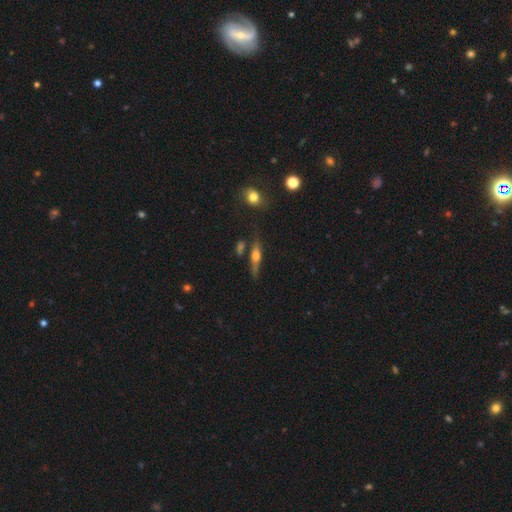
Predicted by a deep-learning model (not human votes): smooth_or_featured: featured or disk (p=0.53) [alt: smooth p=0.38]
disk_edge_on: yes (p=0.91) [alt: no p=0.09]
merging: none (p=0.69) [alt: minor disturbance p=0.17]